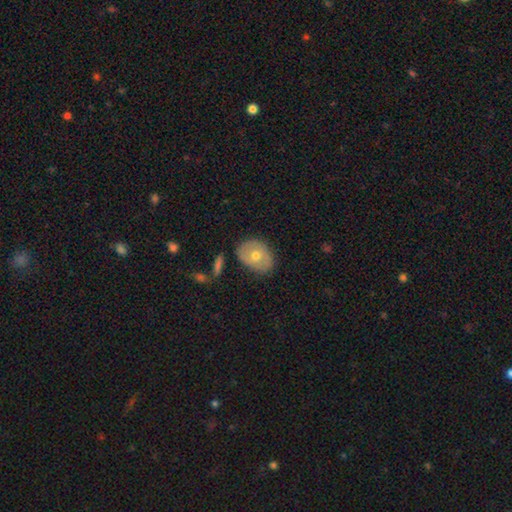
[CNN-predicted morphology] Overall: smooth (54%; featured or disk 38%). How rounded: in between (66%; round 33%). Merging: none (74%).